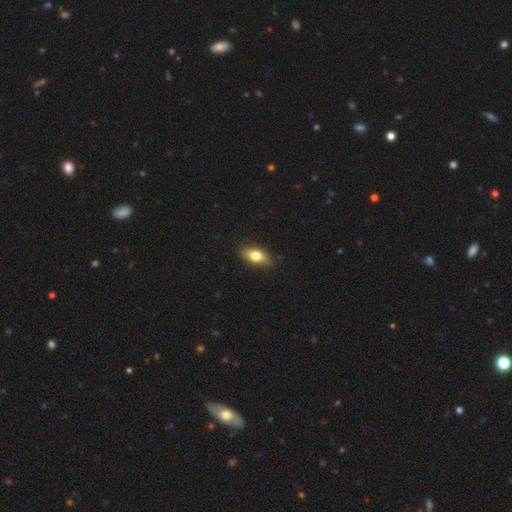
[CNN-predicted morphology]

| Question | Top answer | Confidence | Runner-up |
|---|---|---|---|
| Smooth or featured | smooth | 77% | featured or disk (15%) |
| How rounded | in between | 86% | cigar-shaped (8%) |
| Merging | none | 85% | minor disturbance (12%) |